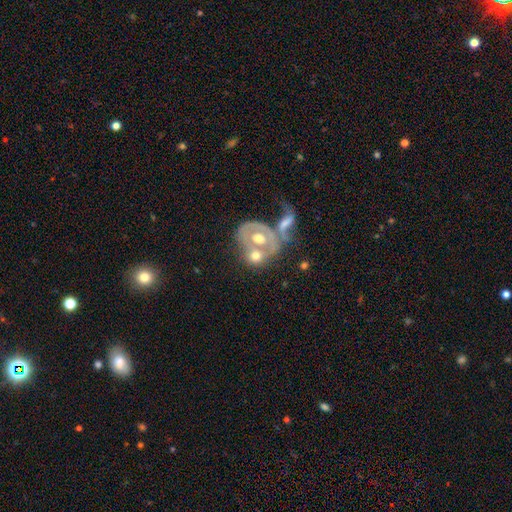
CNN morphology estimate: A featured or disk galaxy (53%) with no bar (83%), no spiral arms (76%) and a moderate central bulge (66%). Merging: merger (58%).